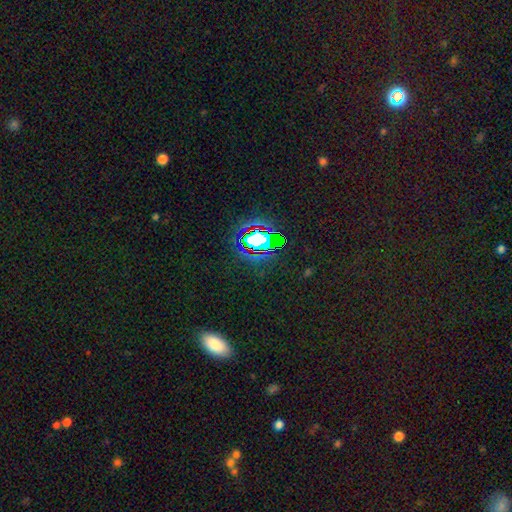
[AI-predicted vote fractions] Smooth or featured: star or artifact — 65% (smooth — 23%)